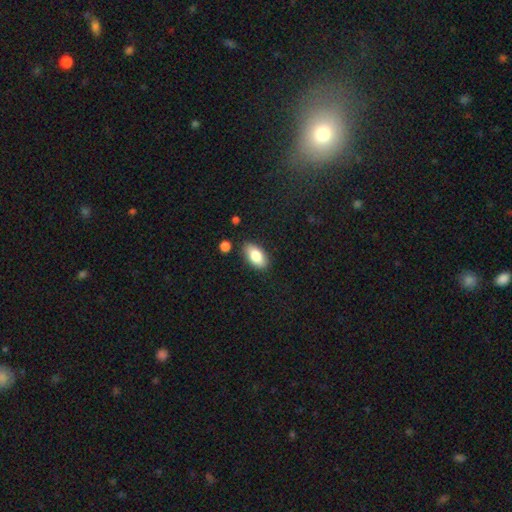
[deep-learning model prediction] Smooth or featured?
  - smooth: 84% *
  - featured or disk: 10%
  - star or artifact: 7%
How rounded?
  - in between: 93% *
  - cigar-shaped: 4%
  - round: 3%
Merging?
  - none: 83% *
  - minor disturbance: 12%
  - merger: 3%
  - major disturbance: 2%